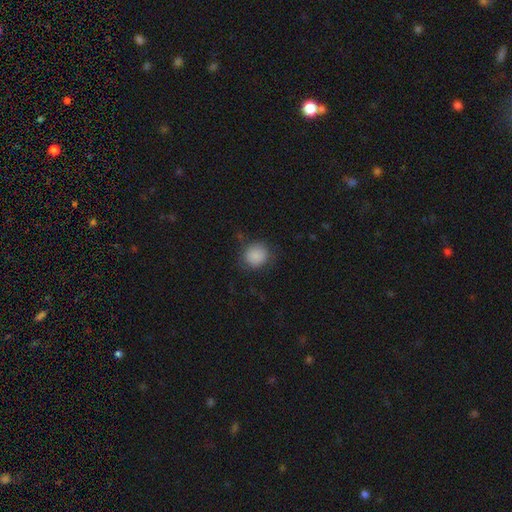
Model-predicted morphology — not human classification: smooth 85%, star or artifact 9%, featured or disk 6%. Down the decision tree: how rounded — round (83%); merging — none (74%).